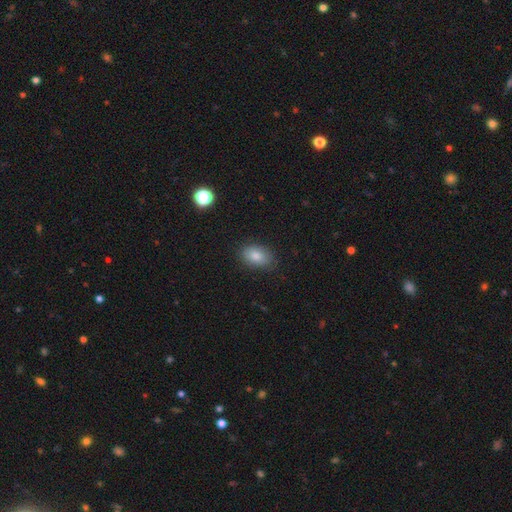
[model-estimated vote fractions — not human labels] Smooth or featured?
  - smooth: 83% *
  - star or artifact: 8%
  - featured or disk: 8%
How rounded?
  - in between: 85% *
  - round: 14%
  - cigar-shaped: 1%
Merging?
  - none: 83% *
  - minor disturbance: 13%
  - major disturbance: 3%
  - merger: 1%